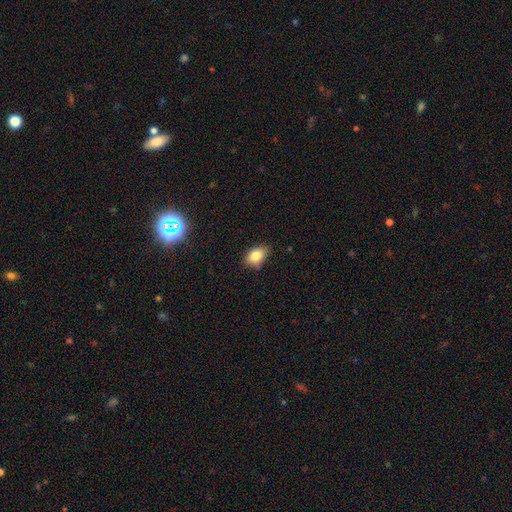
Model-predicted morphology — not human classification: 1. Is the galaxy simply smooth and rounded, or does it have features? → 82% smooth, 9% star or artifact, 8% featured or disk.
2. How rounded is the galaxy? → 83% in between, 15% round, 2% cigar-shaped.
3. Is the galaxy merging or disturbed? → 70% none, 24% minor disturbance, 4% major disturbance, 2% merger.